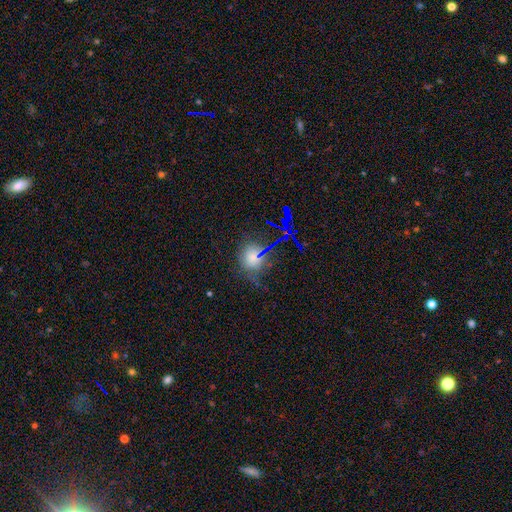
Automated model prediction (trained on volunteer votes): This is possibly a smooth galaxy (53%). How rounded: likely round (63%). Merging: likely none (67%).